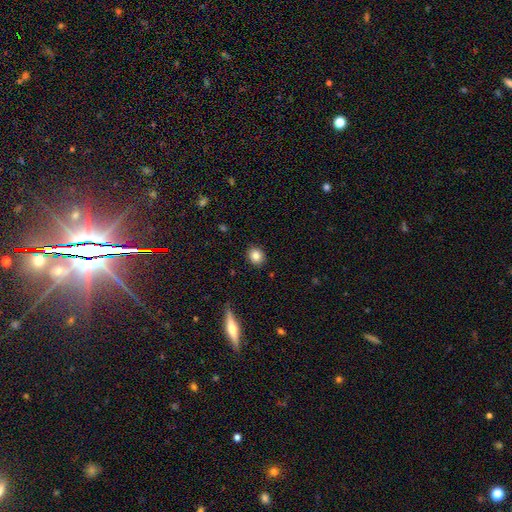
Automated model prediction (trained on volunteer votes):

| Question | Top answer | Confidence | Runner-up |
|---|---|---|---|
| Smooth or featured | smooth | 84% | star or artifact (9%) |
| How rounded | round | 80% | in between (19%) |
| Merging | none | 90% | minor disturbance (7%) |